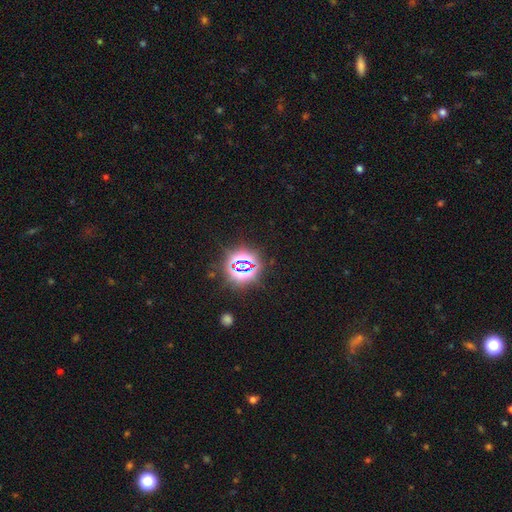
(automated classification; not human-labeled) Smooth or featured? star or artifact (77%)